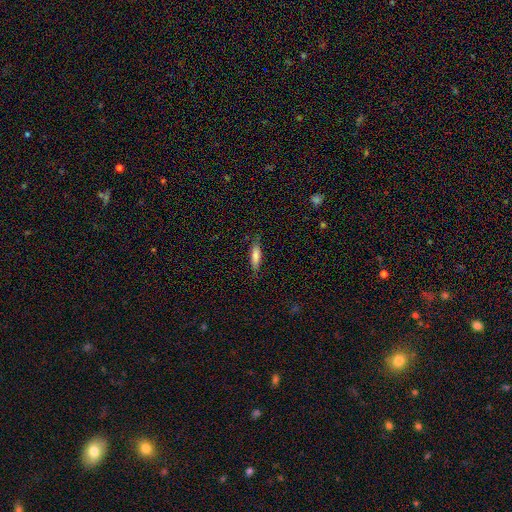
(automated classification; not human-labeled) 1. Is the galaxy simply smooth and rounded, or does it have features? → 78% smooth, 16% featured or disk, 7% star or artifact.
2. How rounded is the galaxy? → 57% cigar-shaped, 41% in between, 2% round.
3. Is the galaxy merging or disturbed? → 80% none, 15% minor disturbance, 3% major disturbance, 1% merger.